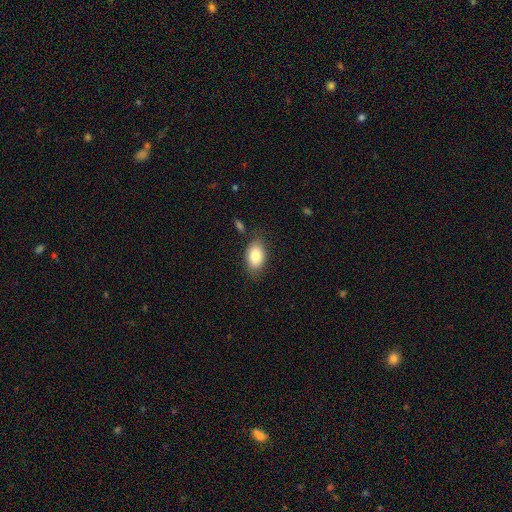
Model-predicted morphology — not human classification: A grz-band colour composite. It shows a smooth galaxy with no disk features (83%) that is in between round and cigar-shaped (90%). Merging: none (77%).